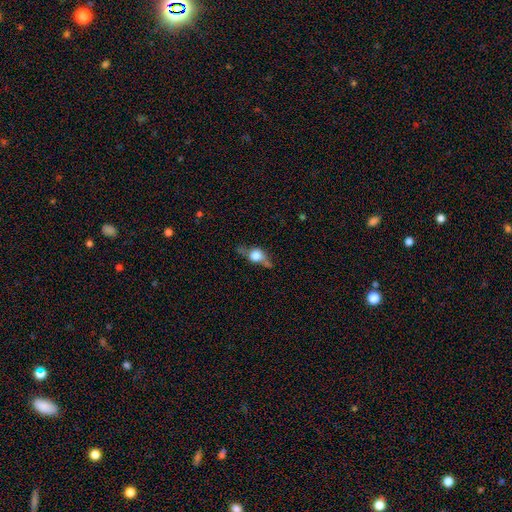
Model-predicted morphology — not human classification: The model was most divided on "smooth or featured": smooth: 45%, featured or disk: 44%, star or artifact: 10%. More confident: merging — none (56%).